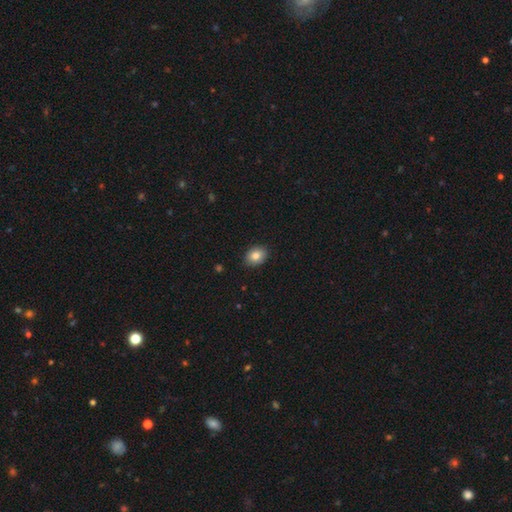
A smooth galaxy with no disk features (82%) that is in between round and cigar-shaped (68%).

Vote fractions:
- Smooth or featured? smooth: 82% / featured or disk: 11% / star or artifact: 8%
- How rounded? in between: 68% / round: 32% / cigar-shaped: 0%
- Merging? none: 91% / minor disturbance: 9% / major disturbance: 0% / merger: 0%